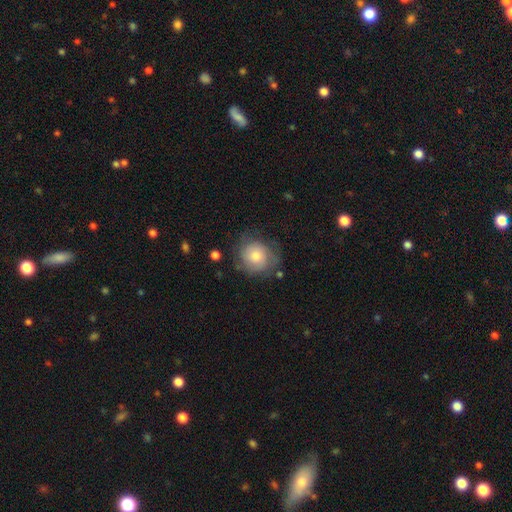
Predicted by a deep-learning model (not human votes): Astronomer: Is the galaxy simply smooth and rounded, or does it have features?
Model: smooth — 58% (runner-up: featured or disk, 33%).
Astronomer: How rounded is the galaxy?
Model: round — 85%.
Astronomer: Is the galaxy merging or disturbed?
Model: none — 68%.